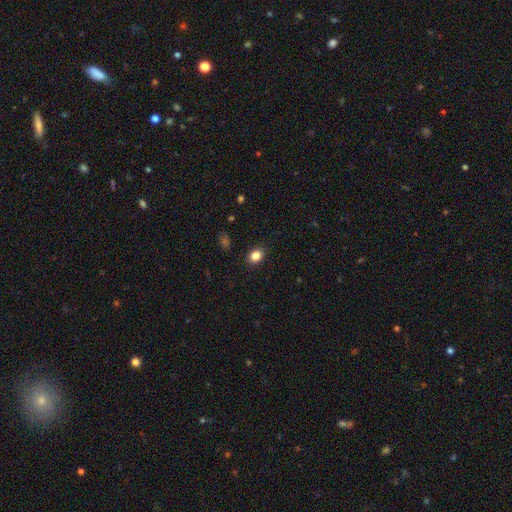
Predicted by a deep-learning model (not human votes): Overall: smooth (84%). How rounded: in between (55%; round 44%). Merging: none (89%).